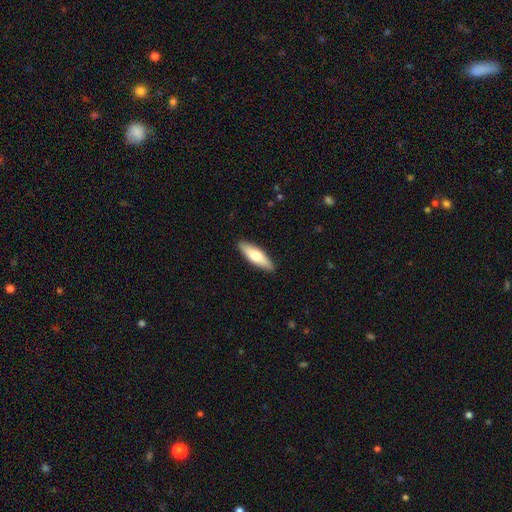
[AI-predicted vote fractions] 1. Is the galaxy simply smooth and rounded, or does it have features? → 68% smooth, 26% featured or disk, 5% star or artifact.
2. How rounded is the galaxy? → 52% cigar-shaped, 46% in between, 2% round.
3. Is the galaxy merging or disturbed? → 90% none, 8% minor disturbance, 2% major disturbance, 1% merger.